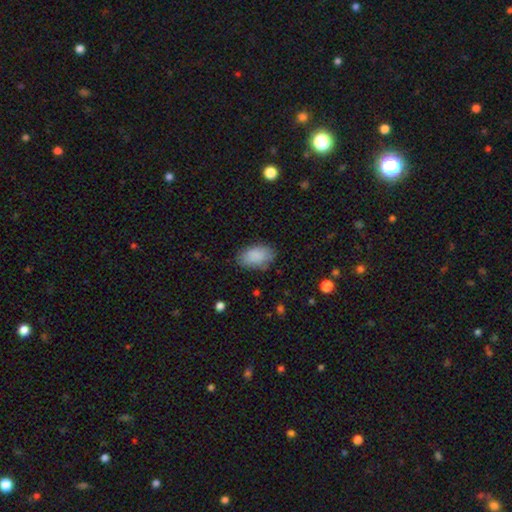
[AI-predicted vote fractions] Smooth or featured: smooth — 87% (star or artifact — 7%)
How rounded: in between — 90% (round — 9%)
Merging: none — 76% (minor disturbance — 18%)